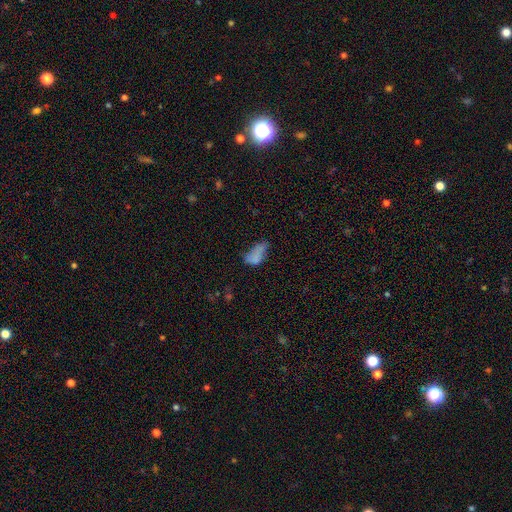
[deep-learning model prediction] Smooth or featured? Predicted: smooth (p=0.68). How rounded? Predicted: in between (p=0.89). Merging? Predicted: major disturbance (p=0.32).